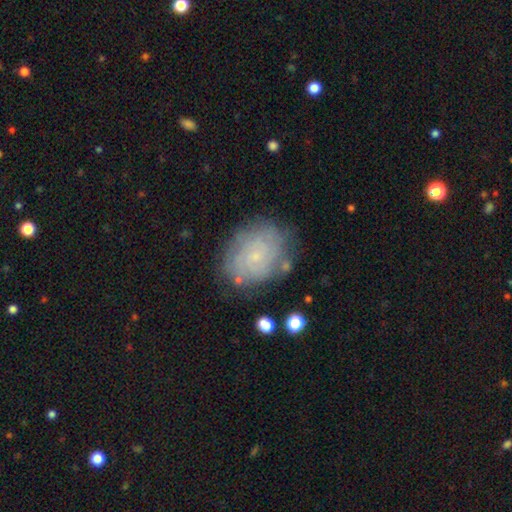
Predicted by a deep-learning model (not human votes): smooth_or_featured: featured or disk (p=0.54) [alt: smooth p=0.36]
disk_edge_on: no (p=0.97) [alt: yes p=0.03]
bar: no (p=0.82) [alt: weak p=0.16]
has_spiral_arms: yes (p=0.74) [alt: no p=0.26]
bulge_size: small (p=0.81) [alt: moderate p=0.10]
merging: none (p=0.72) [alt: minor disturbance p=0.18]